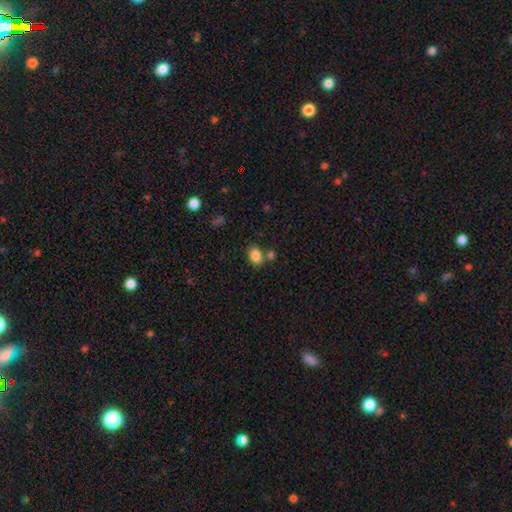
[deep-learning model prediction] Smooth or featured? Predicted: smooth (p=0.85). How rounded? Predicted: in between (p=0.71). Merging? Predicted: none (p=0.68).